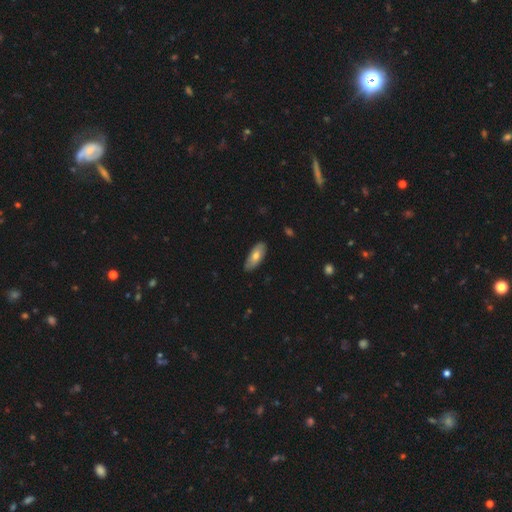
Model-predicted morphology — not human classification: Smooth or featured?
  - smooth: 67% *
  - featured or disk: 27%
  - star or artifact: 6%
How rounded?
  - in between: 85% *
  - cigar-shaped: 12%
  - round: 2%
Merging?
  - none: 83% *
  - minor disturbance: 13%
  - major disturbance: 2%
  - merger: 1%